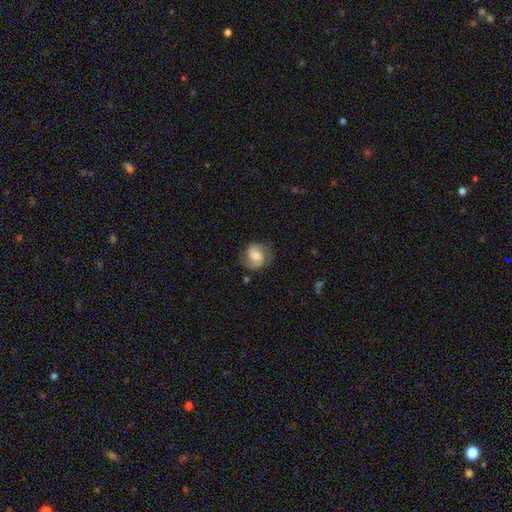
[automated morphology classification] Overall: featured or disk (61%; smooth 32%). Edge-on disk: no (98%). Bar: no (48%; weak 41%). Spiral arms: yes (91%). Spiral arm count: 2 (85%). Spiral winding: medium (48%; tight 31%). Bulge size: moderate (46%; small 29%). Merging: none (69%).